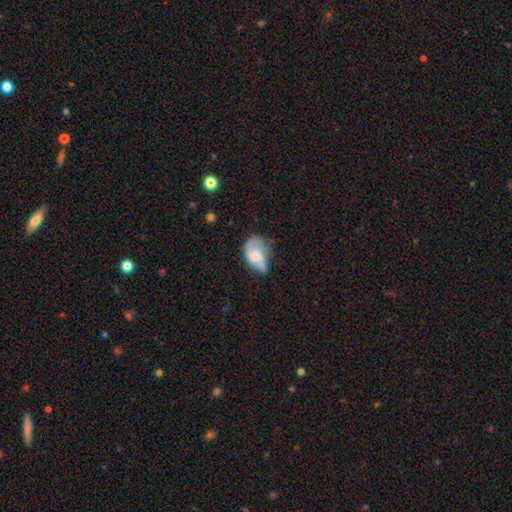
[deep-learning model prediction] Smooth or featured: featured or disk — 49% (smooth — 43%)
Merging: minor disturbance — 36% (none — 32%)